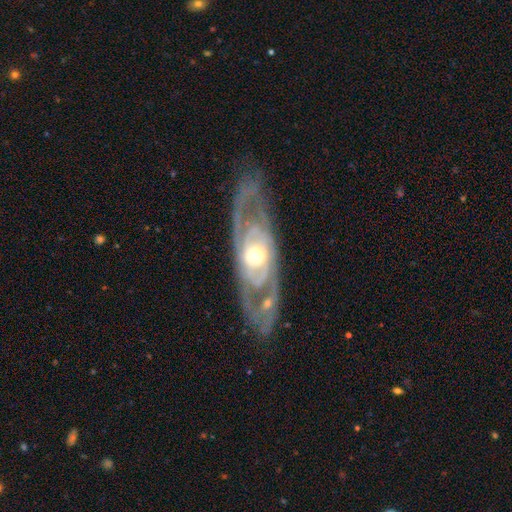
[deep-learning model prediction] Overall: featured or disk (85%). Edge-on disk: no (86%). Bar: no (65%). Spiral arms: yes (80%). Spiral arm count: 2 (52%; can't tell 30%). Spiral winding: tight (56%; medium 32%). Bulge size: moderate (60%; small 32%). Merging: none (73%).